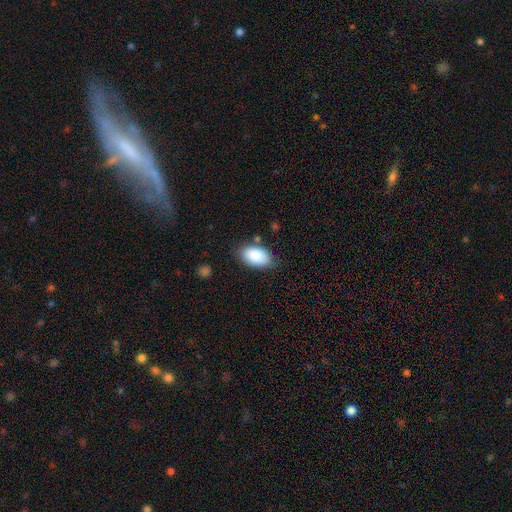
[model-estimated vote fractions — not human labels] This is clearly a smooth galaxy (88%). How rounded: clearly in between (93%). Merging: likely none (78%).